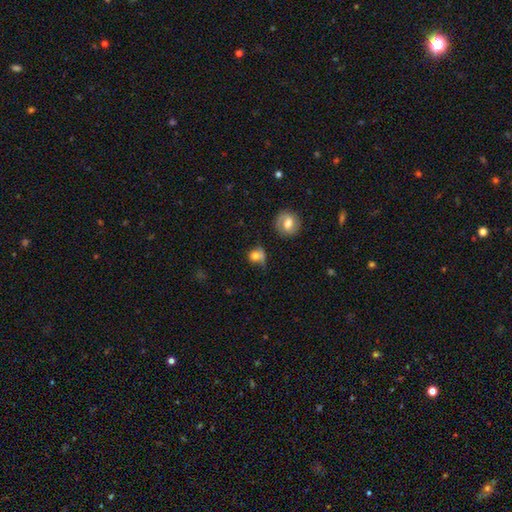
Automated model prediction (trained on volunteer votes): Smooth or featured? Predicted: smooth (p=0.70). How rounded? Predicted: round (p=0.77). Merging? Predicted: none (p=0.43).